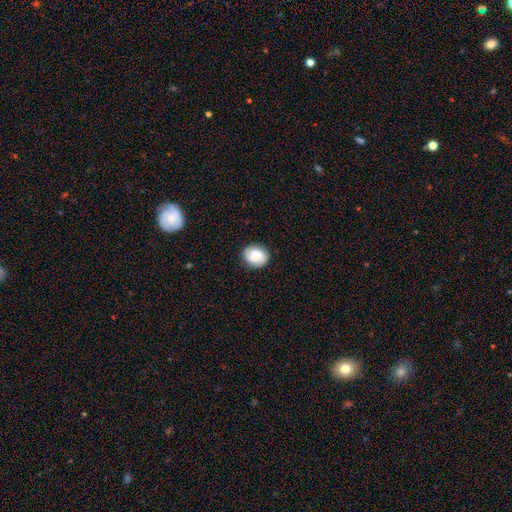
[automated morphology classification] type=smooth (60%); roundness=round (65%); merging=none (86%).